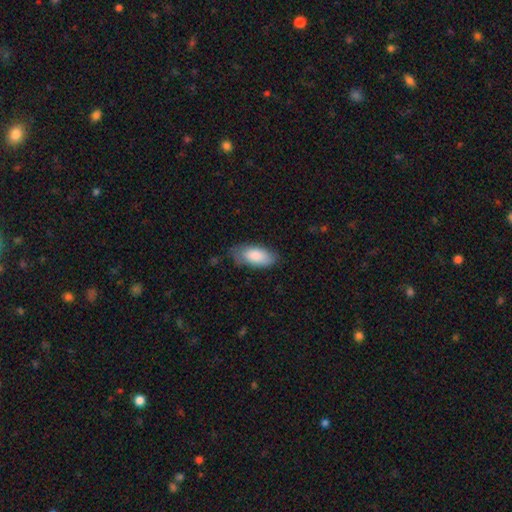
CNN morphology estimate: Overall: smooth (84%). How rounded: in between (89%). Merging: none (66%).